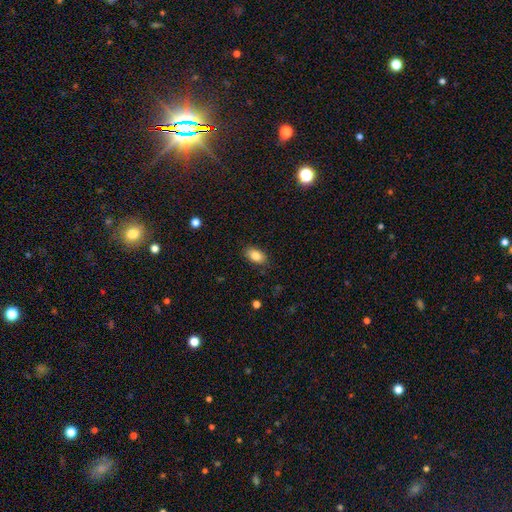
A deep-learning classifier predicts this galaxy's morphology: smooth 84%, featured or disk 8%, star or artifact 8%. Down the decision tree: how rounded — in between (90%); merging — none (86%).